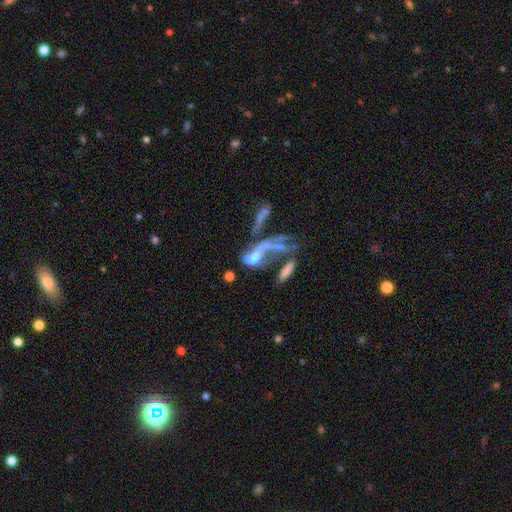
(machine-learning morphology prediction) Smooth or featured? featured or disk (51%)
Edge-on disk? no (92%)
Merging? merger (53%)